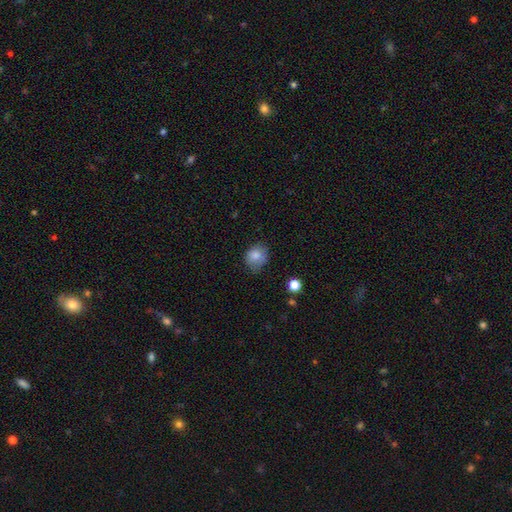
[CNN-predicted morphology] Smooth or featured? smooth (81%)
How rounded? round (63%)
Merging? none (59%)